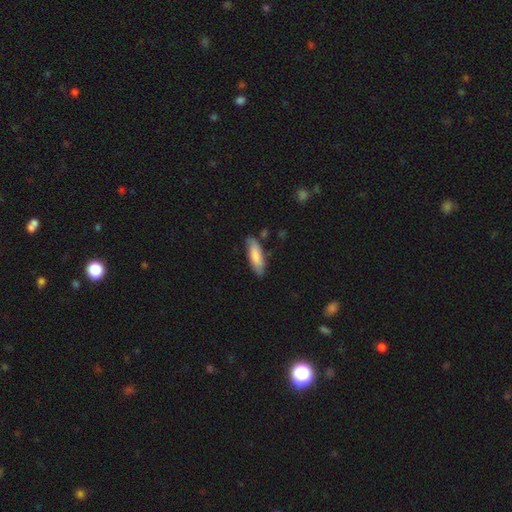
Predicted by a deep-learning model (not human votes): The model was most divided on "how rounded": in between: 52%, cigar-shaped: 47%, round: 1%. More confident: smooth or featured — smooth (77%); merging — none (76%).